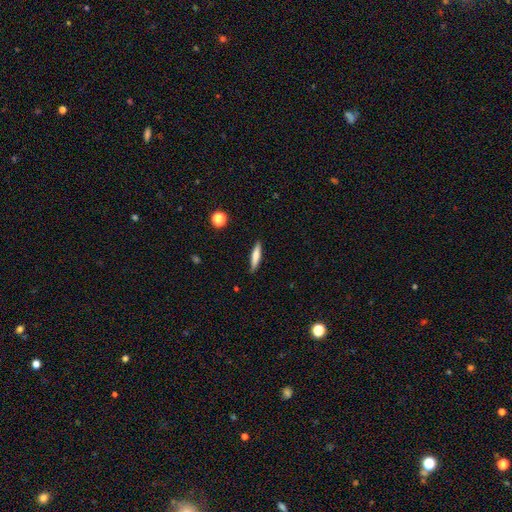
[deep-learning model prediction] A smooth galaxy with no disk features (68%) that is cigar-shaped (82%).

Vote fractions:
- Smooth or featured? smooth: 68% / featured or disk: 25% / star or artifact: 7%
- How rounded? cigar-shaped: 82% / in between: 16% / round: 2%
- Merging? none: 87% / minor disturbance: 10% / major disturbance: 2% / merger: 1%